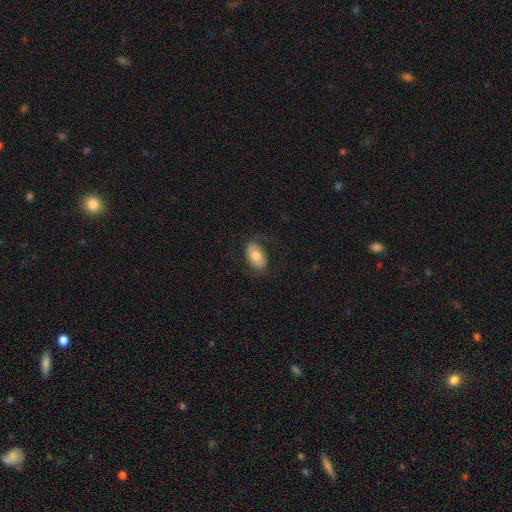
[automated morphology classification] smooth 69%, featured or disk 24%, star or artifact 7%. Down the decision tree: how rounded — in between (91%); merging — none (74%).